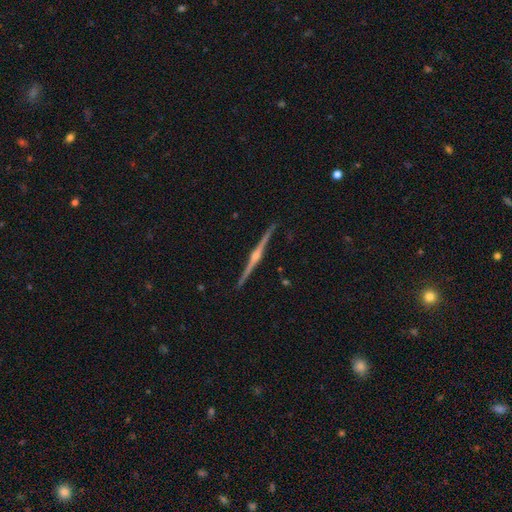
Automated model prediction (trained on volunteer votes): smooth_or_featured: featured or disk (p=0.89) [alt: smooth p=0.06]
disk_edge_on: yes (p=0.99) [alt: no p=0.01]
edge_on_bulge: rounded (p=0.89) [alt: boxy p=0.06]
merging: none (p=0.92) [alt: minor disturbance p=0.05]